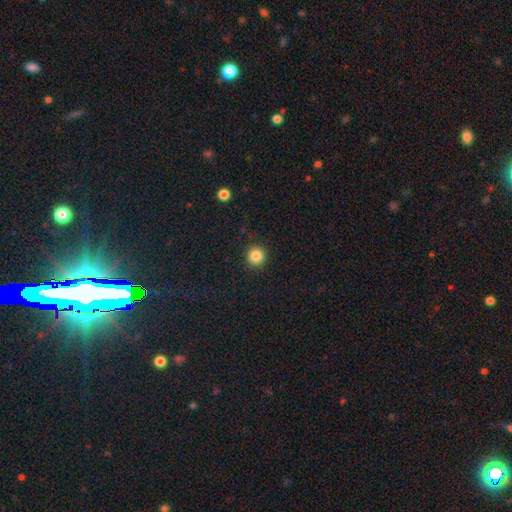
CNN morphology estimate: Smooth or featured: smooth — 85% (star or artifact — 11%)
How rounded: round — 94% (in between — 5%)
Merging: none — 92% (minor disturbance — 5%)